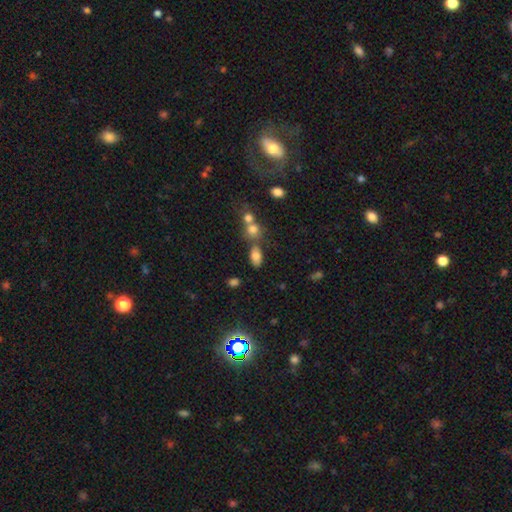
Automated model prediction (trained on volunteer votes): A smooth galaxy with no disk features (79%) that is in between round and cigar-shaped (89%). Merging: none (57%).